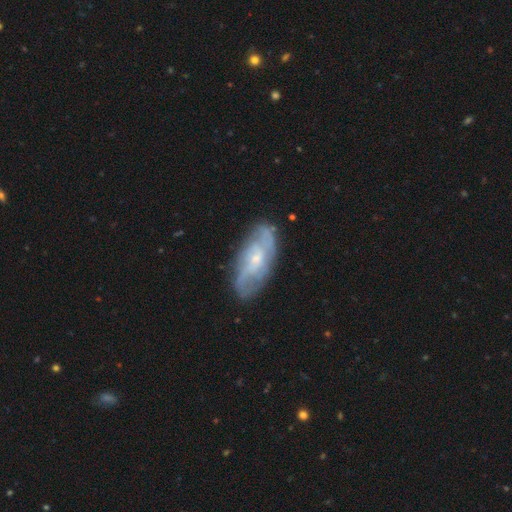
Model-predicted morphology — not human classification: Smooth or featured? featured or disk (72%)
Edge-on disk? no (88%)
Bar? no (58%)
Spiral arms? yes (87%)
Spiral winding? medium (40%)
Spiral arm count? 2 (41%)
Bulge size? small (60%)
Merging? none (80%)